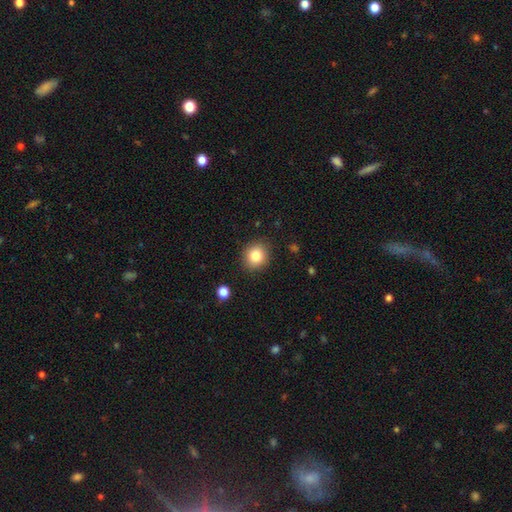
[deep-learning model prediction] Overall: smooth (84%). How rounded: round (83%). Merging: none (87%).